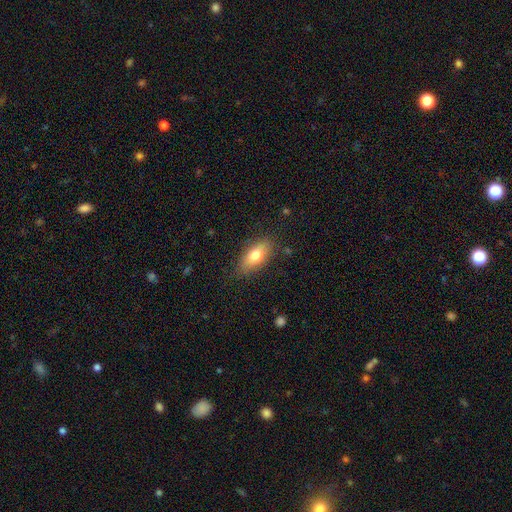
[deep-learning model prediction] Overall: smooth (75%). How rounded: in between (84%). Merging: none (82%).